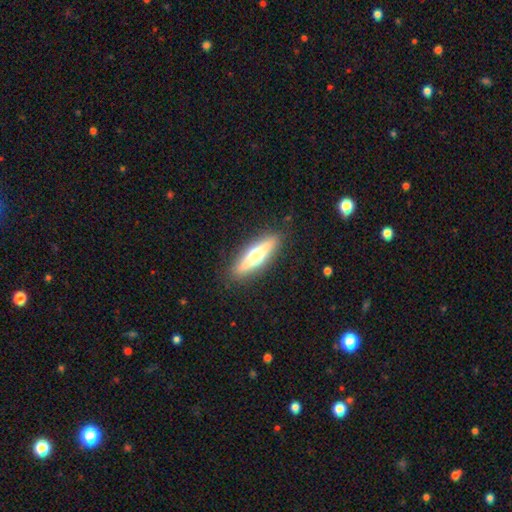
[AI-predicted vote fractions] Smooth or featured: featured or disk — 58% (smooth — 36%)
Edge-on disk: yes — 92% (no — 8%)
Edge-on bulge: rounded — 94% (boxy — 4%)
Merging: none — 89% (minor disturbance — 8%)